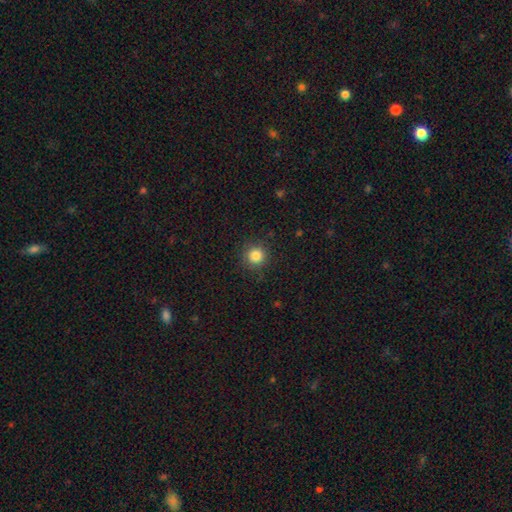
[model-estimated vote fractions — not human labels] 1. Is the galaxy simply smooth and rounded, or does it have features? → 84% smooth, 12% star or artifact, 5% featured or disk.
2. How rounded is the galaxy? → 94% round, 5% in between, 1% cigar-shaped.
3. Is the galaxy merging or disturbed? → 88% none, 8% minor disturbance, 3% major disturbance, 1% merger.